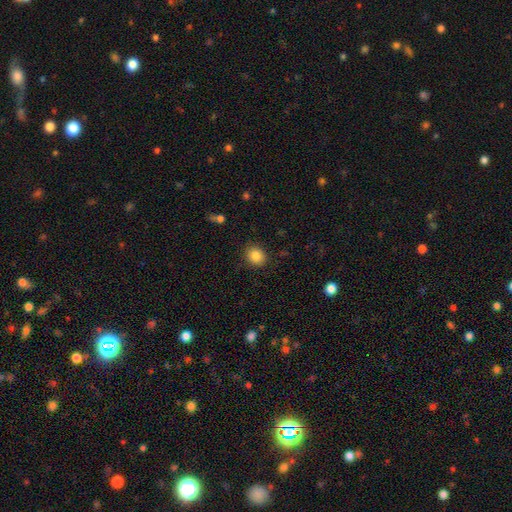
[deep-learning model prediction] Smooth or featured? Predicted: smooth (p=0.85). How rounded? Predicted: round (p=0.69). Merging? Predicted: none (p=0.89).